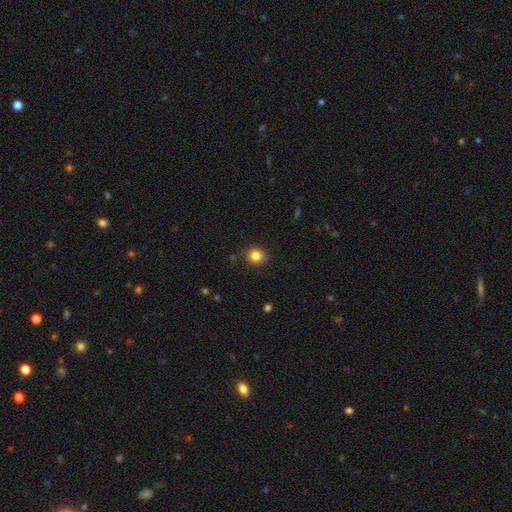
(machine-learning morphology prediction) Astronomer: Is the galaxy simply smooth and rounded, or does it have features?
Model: smooth — 84%.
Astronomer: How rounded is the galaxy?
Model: round — 82%.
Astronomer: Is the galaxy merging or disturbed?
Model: none — 88%.